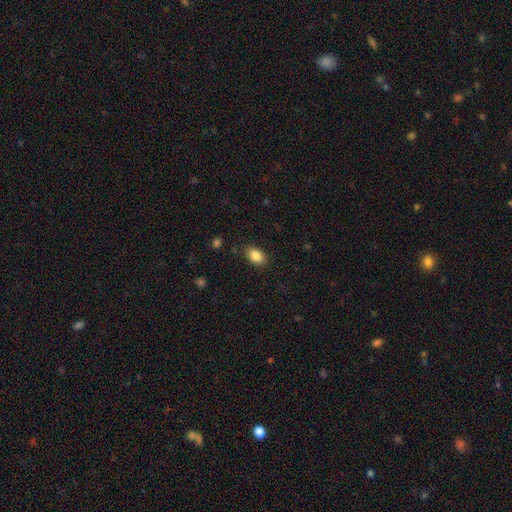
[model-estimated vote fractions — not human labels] smooth-or-featured: smooth: 87% | star or artifact: 8% | featured or disk: 6%
  how-rounded: in between: 89% | round: 10% | cigar-shaped: 1%
  merging: none: 86% | minor disturbance: 10% | major disturbance: 3% | merger: 1%